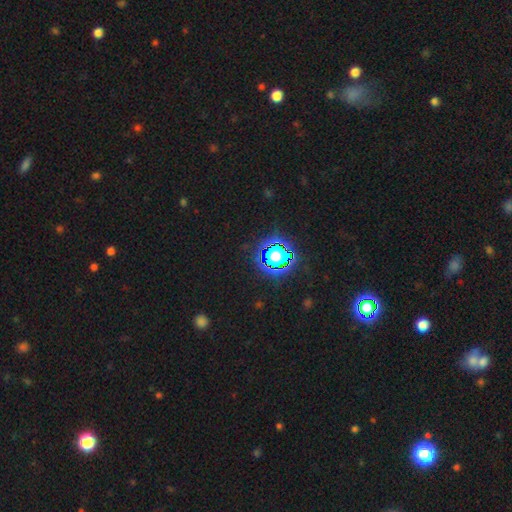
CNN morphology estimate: Smooth or featured?
  - star or artifact: 79% *
  - smooth: 14%
  - featured or disk: 7%